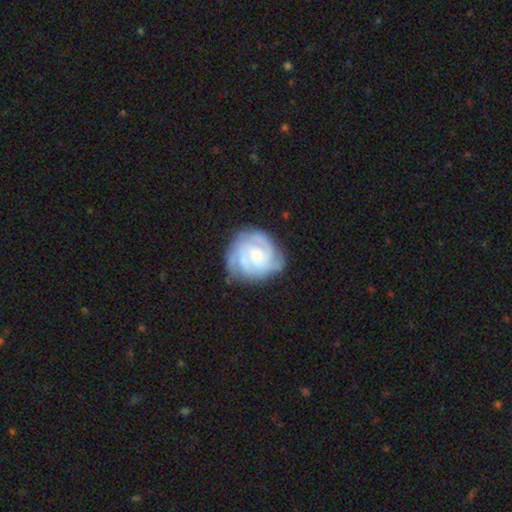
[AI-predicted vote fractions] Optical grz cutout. It shows a featured or disk galaxy (83%) with no bar (72%), 3 (35%) tight (69%) spiral arms (97%) and a small central bulge (52%). Merging: none (77%).